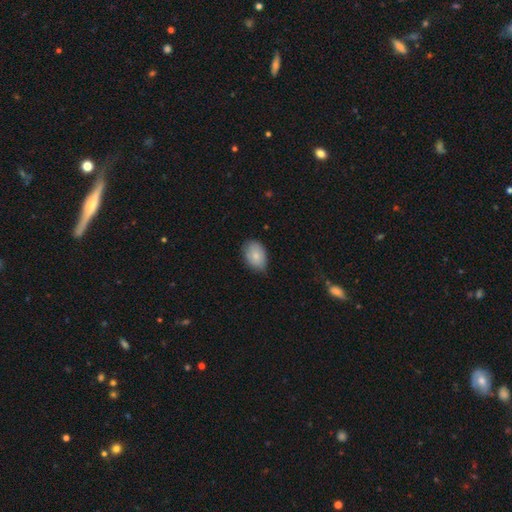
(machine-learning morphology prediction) Smooth or featured: smooth — 82% (featured or disk — 11%)
How rounded: in between — 83% (round — 16%)
Merging: none — 69% (minor disturbance — 26%)